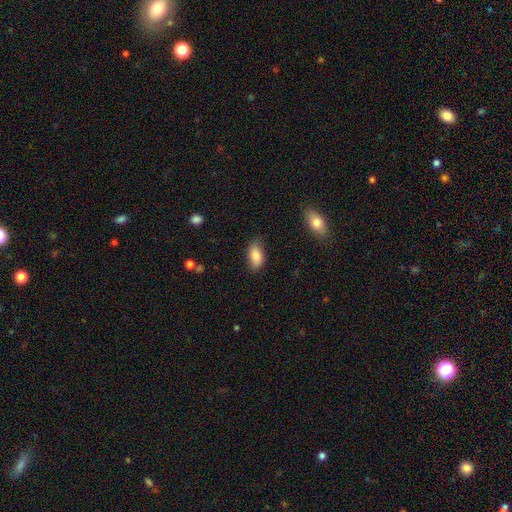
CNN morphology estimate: Q: Smooth or featured?
A: smooth (84%); runner-up: featured or disk (8%)
Q: How rounded?
A: in between (92%); runner-up: round (4%)
Q: Merging?
A: none (76%); runner-up: minor disturbance (18%)